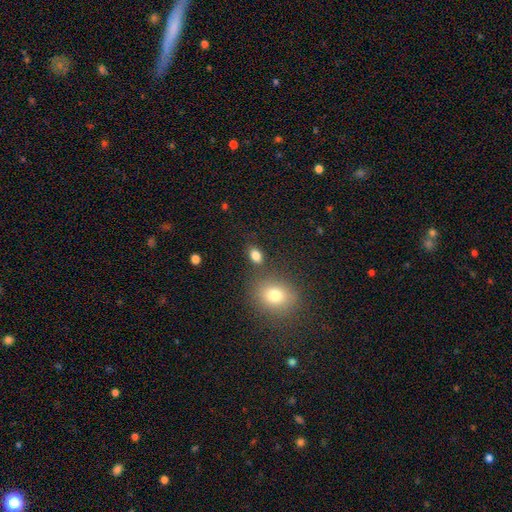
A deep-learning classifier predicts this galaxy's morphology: A smooth galaxy with no disk features (83%) that is in between round and cigar-shaped (80%). Merging: none (75%).